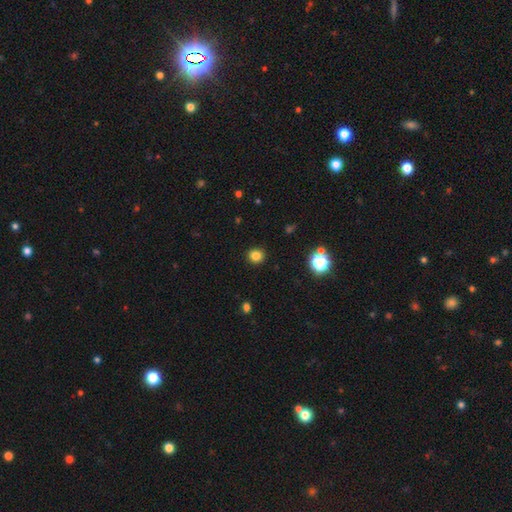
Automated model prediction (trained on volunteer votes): A smooth galaxy with no disk features (82%) that is round (88%).

Vote fractions:
- Smooth or featured? smooth: 82% / star or artifact: 14% / featured or disk: 5%
- How rounded? round: 88% / in between: 11% / cigar-shaped: 1%
- Merging? none: 92% / minor disturbance: 5% / major disturbance: 2% / merger: 1%